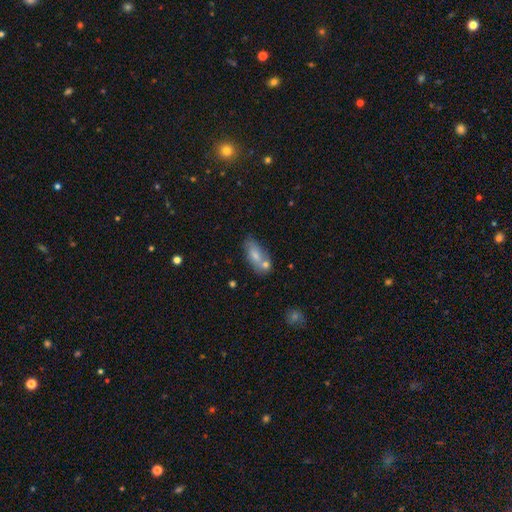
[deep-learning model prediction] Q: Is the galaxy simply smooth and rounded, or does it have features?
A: smooth — 72%.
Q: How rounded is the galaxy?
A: in between — 81%.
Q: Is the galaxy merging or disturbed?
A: none — 49%.